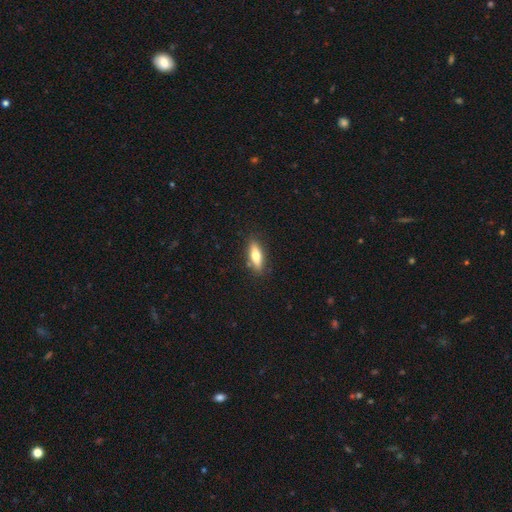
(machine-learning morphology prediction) This is likely a smooth galaxy (68%). How rounded: possibly in between (57%). Merging: clearly none (85%).